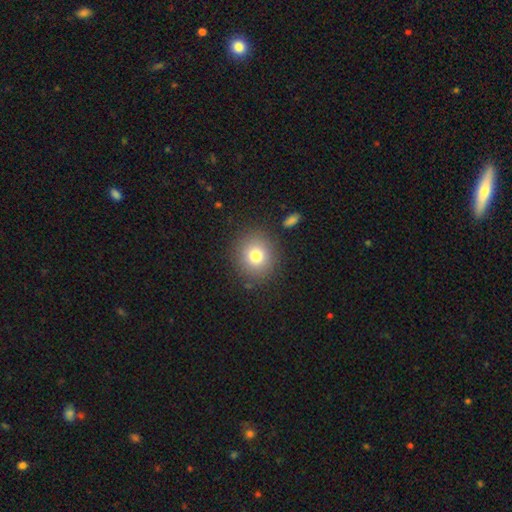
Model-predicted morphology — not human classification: Smooth or featured?
  - smooth: 78% *
  - star or artifact: 11%
  - featured or disk: 11%
How rounded?
  - round: 85% *
  - in between: 14%
  - cigar-shaped: 1%
Merging?
  - none: 86% *
  - minor disturbance: 8%
  - major disturbance: 3%
  - merger: 3%